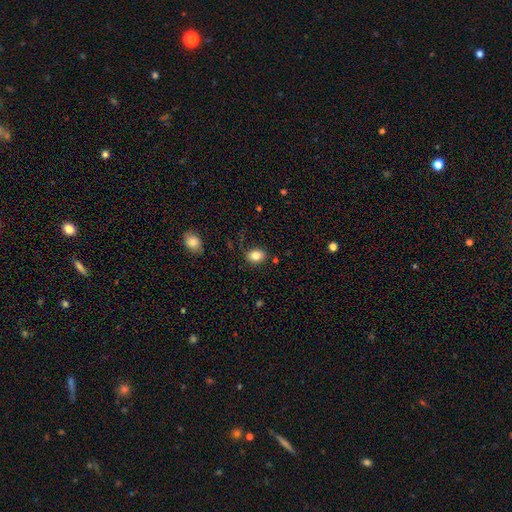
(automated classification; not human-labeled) A smooth galaxy with no disk features (84%) that is in between round and cigar-shaped (63%). Merging: none (81%).